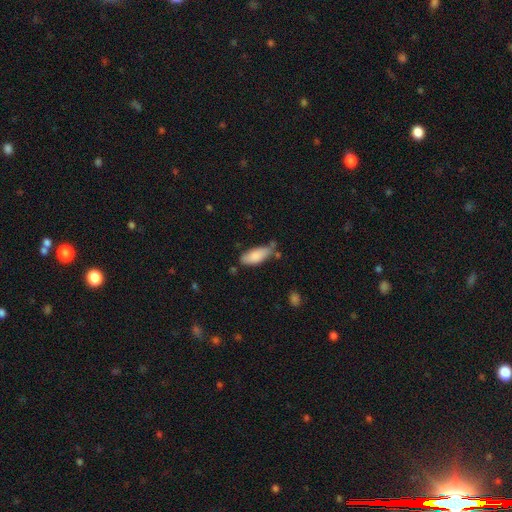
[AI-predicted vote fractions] Q: Smooth or featured?
A: smooth (85%); runner-up: featured or disk (9%)
Q: How rounded?
A: in between (79%); runner-up: cigar-shaped (19%)
Q: Merging?
A: none (54%); runner-up: minor disturbance (31%)